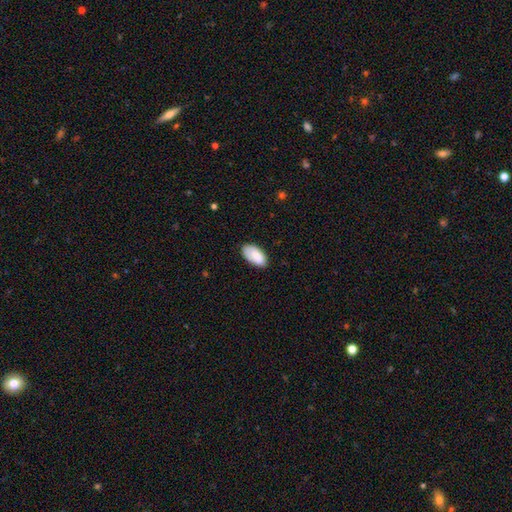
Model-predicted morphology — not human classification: Smooth or featured? Predicted: smooth (p=0.81). How rounded? Predicted: in between (p=0.95). Merging? Predicted: none (p=0.78).